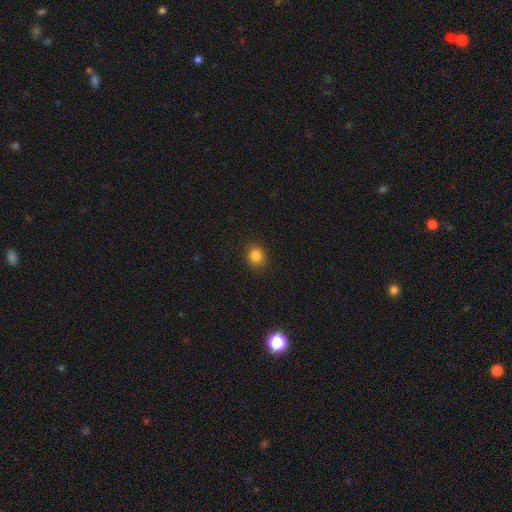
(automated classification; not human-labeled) Smooth or featured: smooth — 84% (star or artifact — 12%)
How rounded: round — 81% (in between — 18%)
Merging: none — 90% (minor disturbance — 7%)